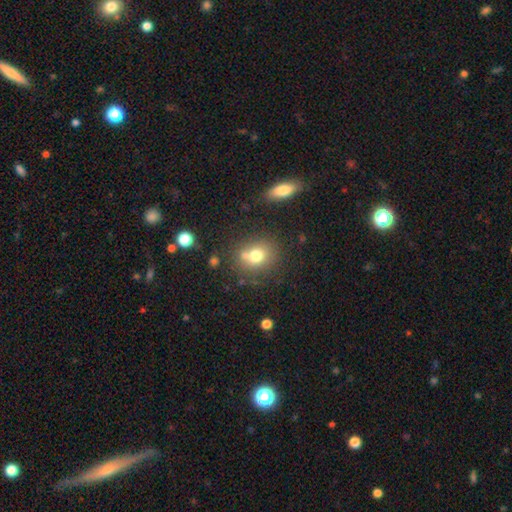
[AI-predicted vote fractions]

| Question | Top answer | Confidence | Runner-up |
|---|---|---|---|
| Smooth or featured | smooth | 72% | featured or disk (15%) |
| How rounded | round | 70% | in between (29%) |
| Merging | none | 61% | merger (20%) |